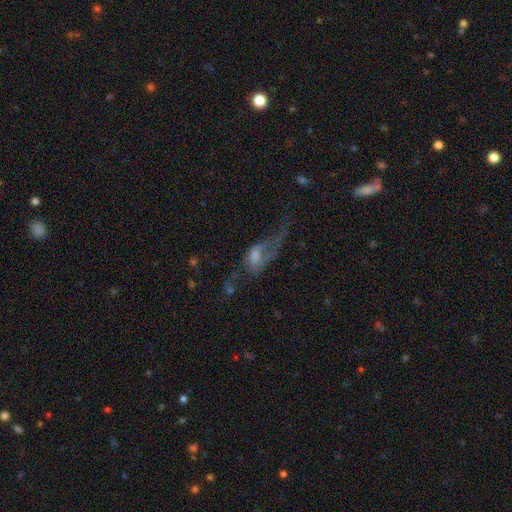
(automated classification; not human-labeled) Smooth or featured? Predicted: featured or disk (p=0.60). Edge-on disk? Predicted: no (p=0.88). Bar? Predicted: no (p=0.57). Spiral arms? Predicted: yes (p=0.66). Bulge size? Predicted: moderate (p=0.38). Merging? Predicted: major disturbance (p=0.49).